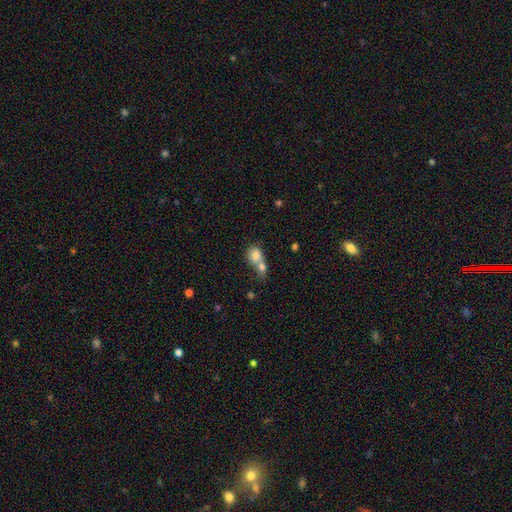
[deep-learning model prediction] Overall: smooth (77%). How rounded: round (58%; in between 40%). Merging: merger (67%).